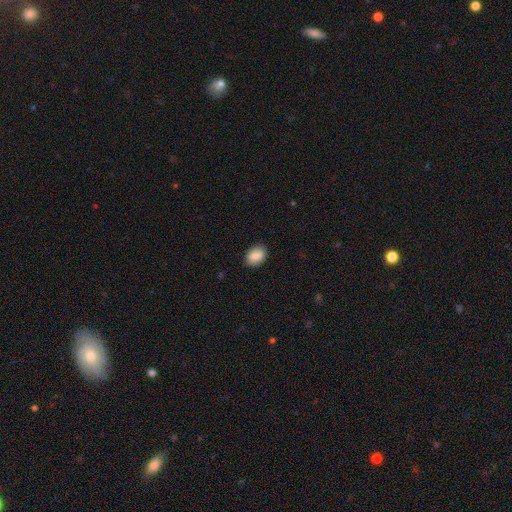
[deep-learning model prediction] A smooth galaxy with no disk features (88%) that is in between round and cigar-shaped (81%). Merging: none (87%).